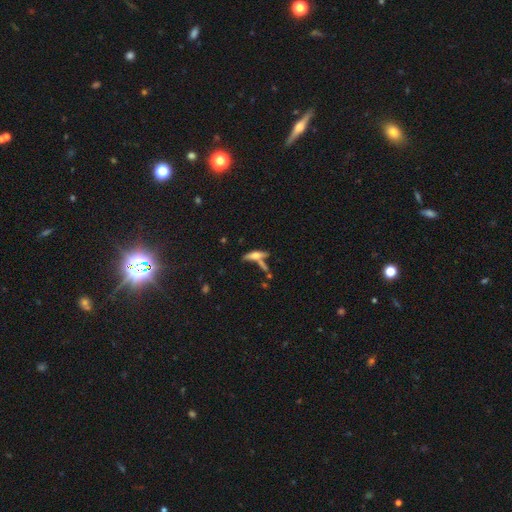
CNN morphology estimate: Smooth or featured? featured or disk (46%)
Merging? none (53%)